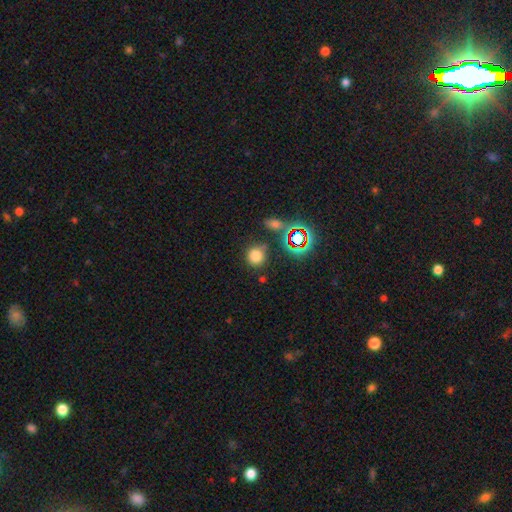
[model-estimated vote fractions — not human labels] This appears to be a smooth galaxy with no disk features (72%) that is round (88%). Merging: none (77%).